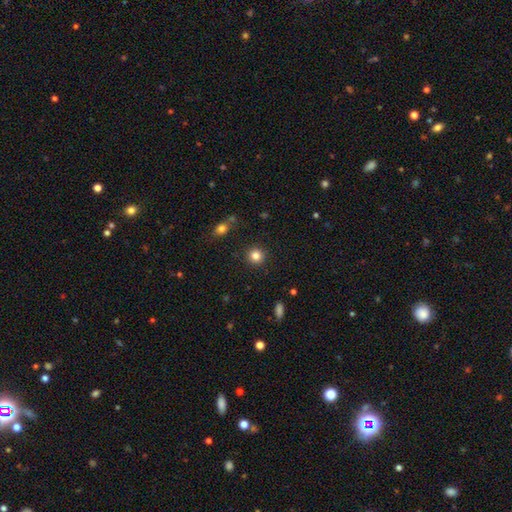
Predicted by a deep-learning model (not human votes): smooth_or_featured: smooth (p=0.83) [alt: star or artifact p=0.12]
how_rounded: round (p=0.93) [alt: in between p=0.06]
merging: none (p=0.91) [alt: minor disturbance p=0.06]